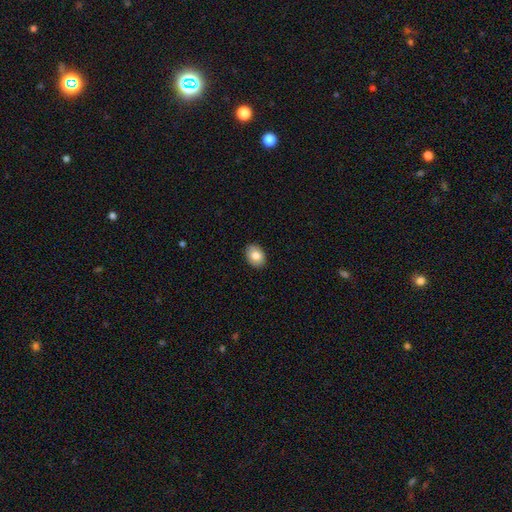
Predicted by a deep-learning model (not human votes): smooth-or-featured: smooth: 82% | featured or disk: 11% | star or artifact: 7%
  how-rounded: in between: 68% | round: 31% | cigar-shaped: 1%
  merging: none: 90% | minor disturbance: 7% | major disturbance: 2% | merger: 1%